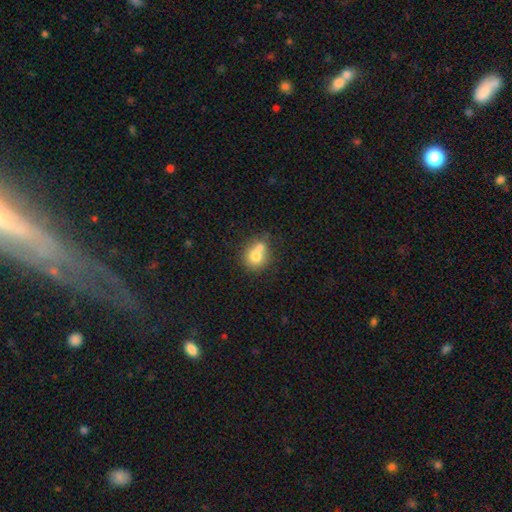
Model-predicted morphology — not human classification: smooth_or_featured: smooth (p=0.73) [alt: featured or disk p=0.17]
how_rounded: round (p=0.80) [alt: in between p=0.19]
merging: merger (p=0.46) [alt: none p=0.40]